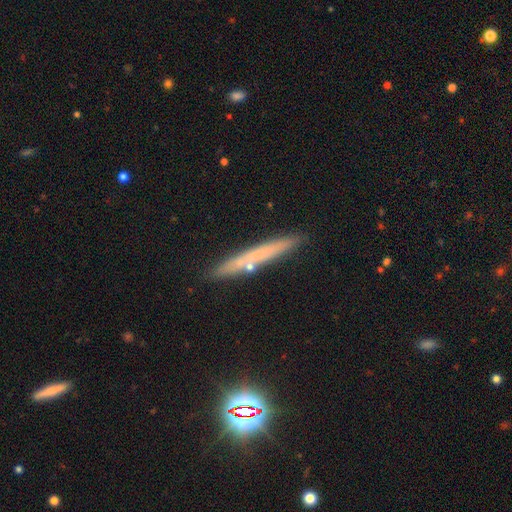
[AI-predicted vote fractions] This appears to be a smooth galaxy with no disk features (47%). Merging: none (86%).